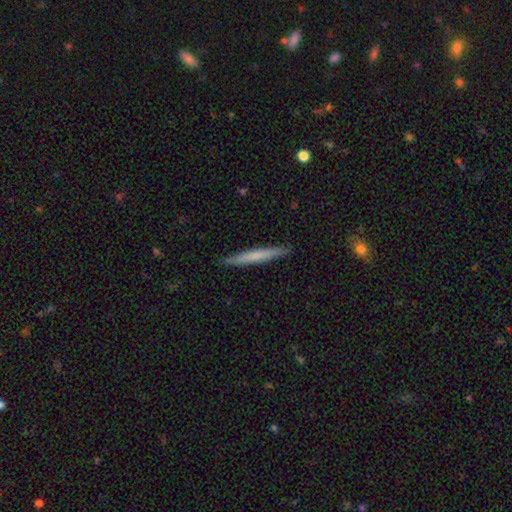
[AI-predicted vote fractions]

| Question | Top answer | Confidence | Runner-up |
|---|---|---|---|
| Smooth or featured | smooth | 63% | featured or disk (32%) |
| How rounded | cigar-shaped | 96% | in between (2%) |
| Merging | none | 90% | minor disturbance (7%) |